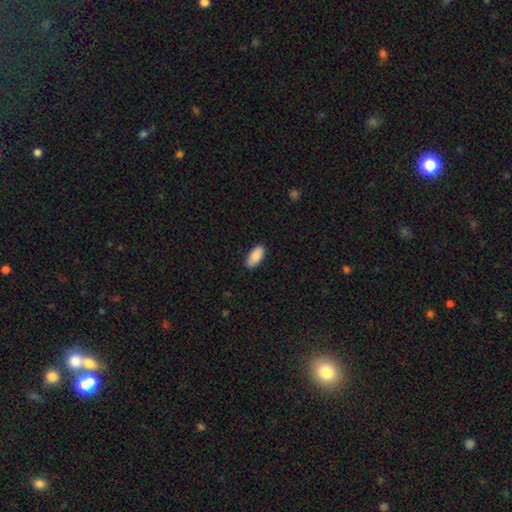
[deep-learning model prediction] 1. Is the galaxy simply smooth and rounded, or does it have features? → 89% smooth, 6% star or artifact, 5% featured or disk.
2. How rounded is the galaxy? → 92% in between, 6% cigar-shaped, 2% round.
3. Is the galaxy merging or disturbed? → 86% none, 11% minor disturbance, 2% major disturbance, 1% merger.